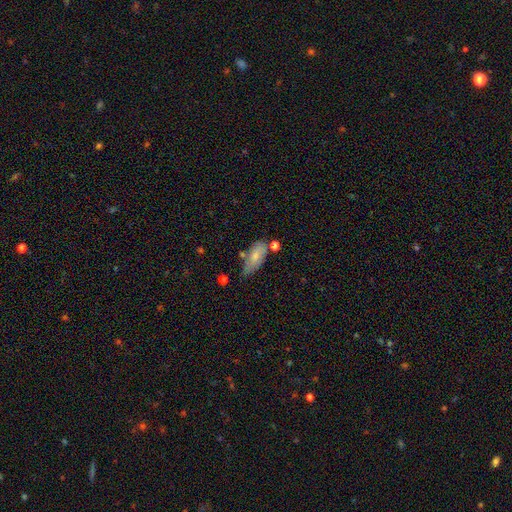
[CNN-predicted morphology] Overall: smooth (73%). How rounded: in between (83%). Merging: none (48%; minor disturbance 31%).